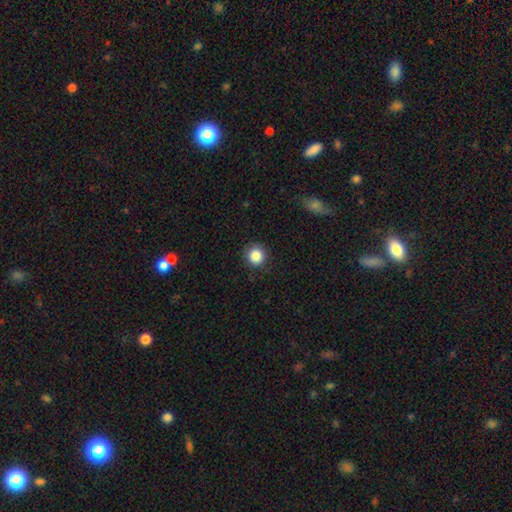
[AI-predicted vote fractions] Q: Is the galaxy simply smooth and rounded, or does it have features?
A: smooth — 86%.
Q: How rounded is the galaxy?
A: round — 92%.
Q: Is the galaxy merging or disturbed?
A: none — 89%.